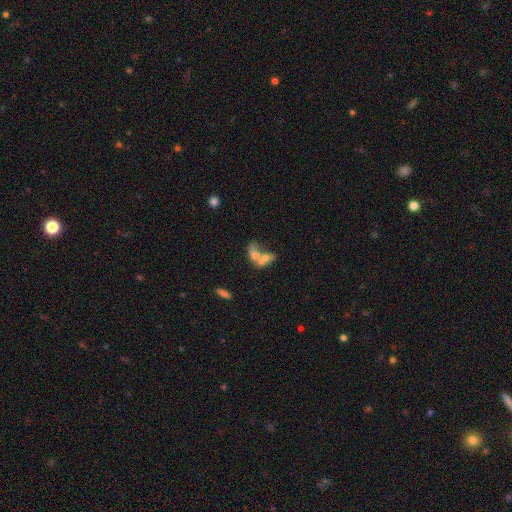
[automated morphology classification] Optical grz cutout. It shows a smooth galaxy with no disk features (51%) that is in between round and cigar-shaped (68%). Merging: merger (71%).